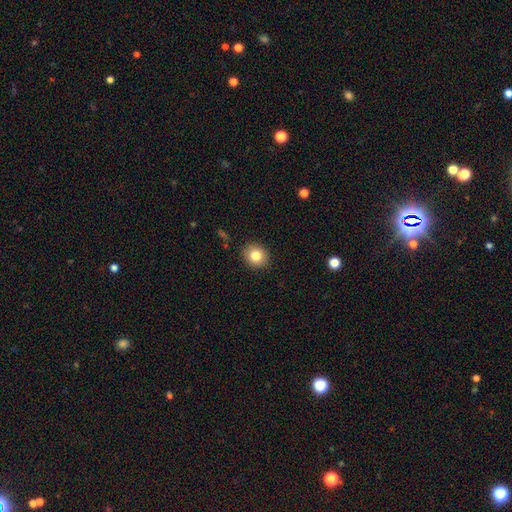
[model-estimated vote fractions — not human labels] Q: Smooth or featured?
A: smooth (82%); runner-up: star or artifact (10%)
Q: How rounded?
A: round (82%); runner-up: in between (17%)
Q: Merging?
A: none (90%); runner-up: minor disturbance (7%)